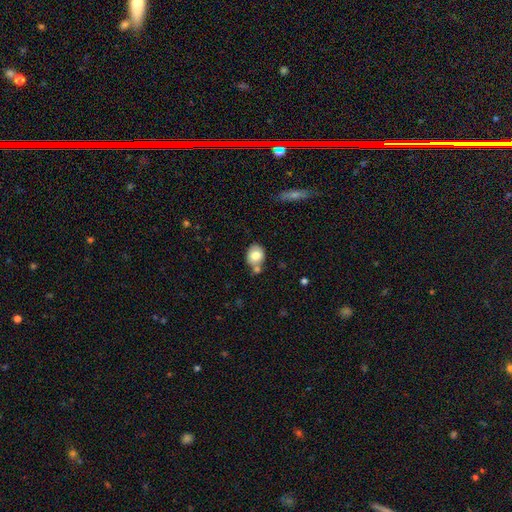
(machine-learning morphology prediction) type=smooth (77%); roundness=round (59%); merging=none (59%).